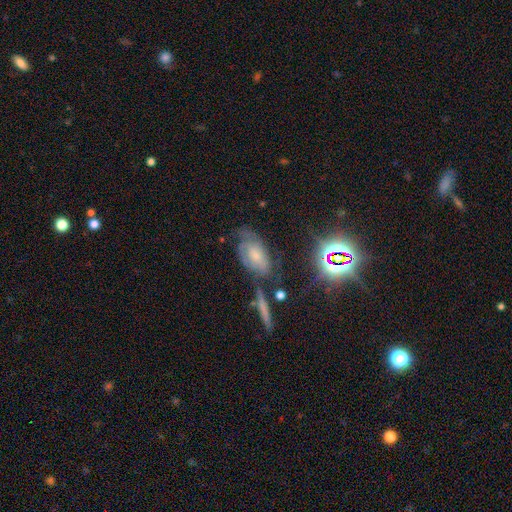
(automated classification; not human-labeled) Smooth or featured? Predicted: featured or disk (p=0.49). Merging? Predicted: none (p=0.50).